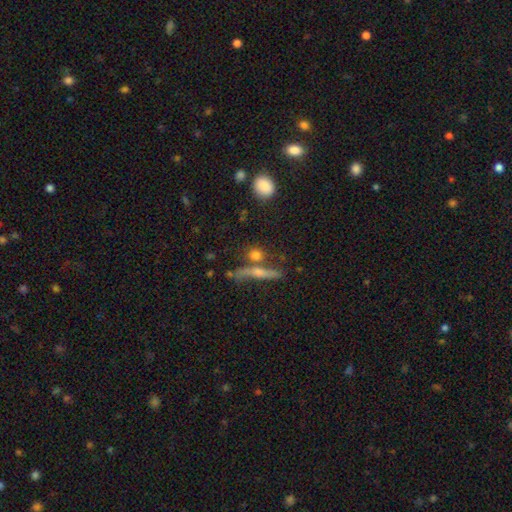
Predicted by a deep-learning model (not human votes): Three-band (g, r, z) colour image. It shows a smooth galaxy with no disk features (62%) that is round (50%). Merging: none (62%).